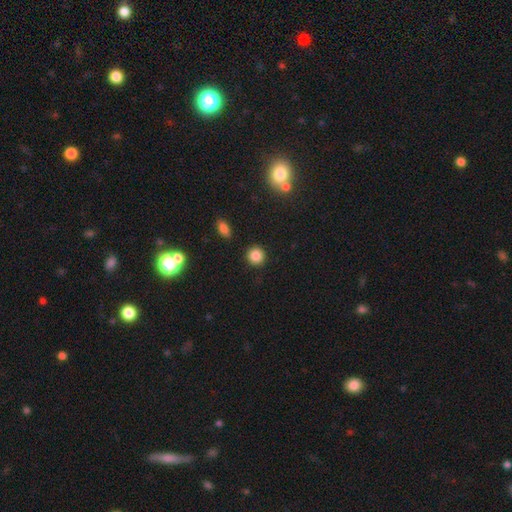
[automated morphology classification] The model was most divided on "smooth or featured": smooth: 85%, star or artifact: 11%, featured or disk: 4%. More confident: how rounded — round (92%); merging — none (90%).